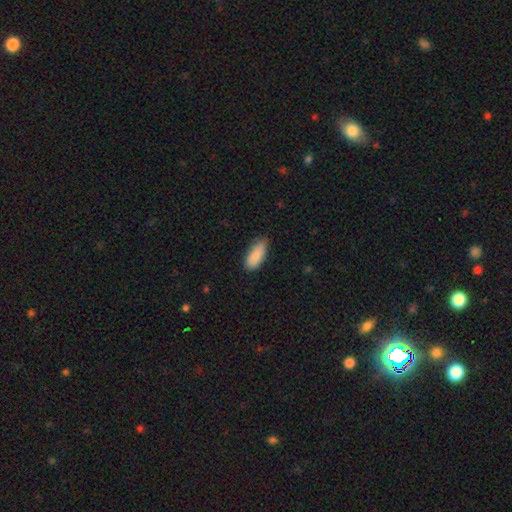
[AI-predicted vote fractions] A smooth galaxy with no disk features (88%) that is in between round and cigar-shaped (82%).

Vote fractions:
- Smooth or featured? smooth: 88% / star or artifact: 6% / featured or disk: 6%
- How rounded? in between: 82% / cigar-shaped: 16% / round: 2%
- Merging? none: 74% / minor disturbance: 22% / major disturbance: 3% / merger: 1%